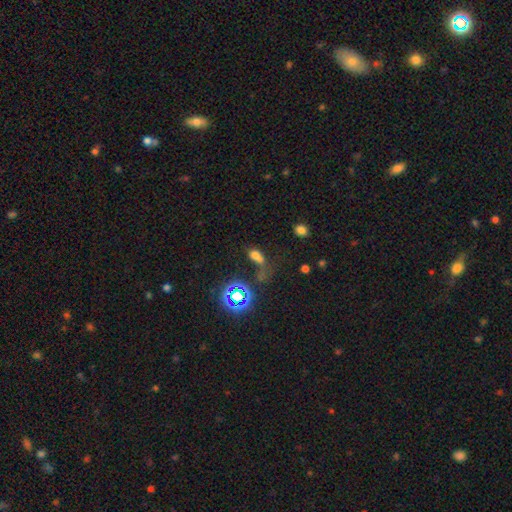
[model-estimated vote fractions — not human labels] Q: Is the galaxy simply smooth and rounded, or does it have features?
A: smooth — 59%.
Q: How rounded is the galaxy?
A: in between — 73%.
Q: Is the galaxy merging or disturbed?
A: none — 33%.